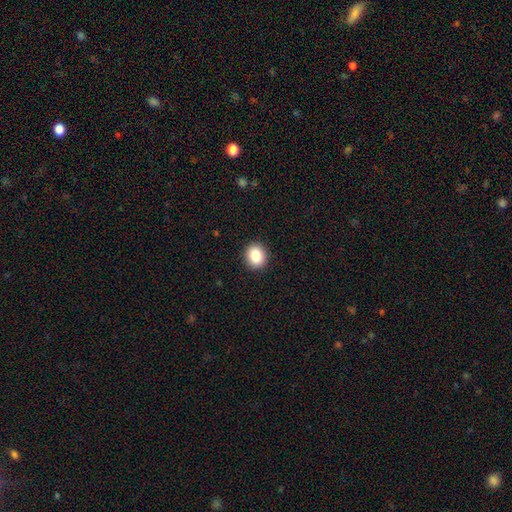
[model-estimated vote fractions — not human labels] Smooth or featured?
  - smooth: 86% *
  - star or artifact: 9%
  - featured or disk: 5%
How rounded?
  - round: 71% *
  - in between: 28%
  - cigar-shaped: 1%
Merging?
  - none: 91% *
  - minor disturbance: 6%
  - major disturbance: 2%
  - merger: 1%